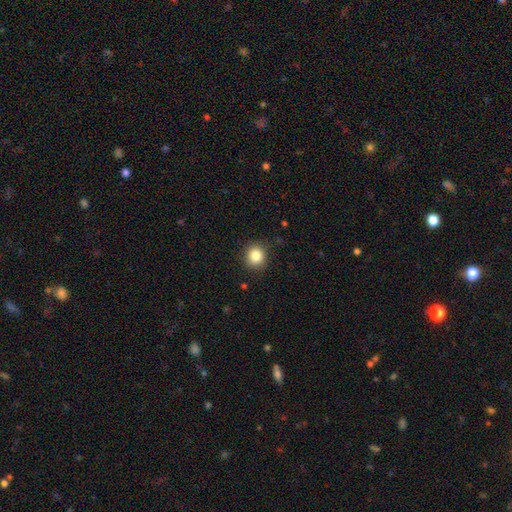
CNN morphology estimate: Q: Smooth or featured?
A: smooth (85%); runner-up: star or artifact (10%)
Q: How rounded?
A: round (86%); runner-up: in between (13%)
Q: Merging?
A: none (88%); runner-up: minor disturbance (9%)